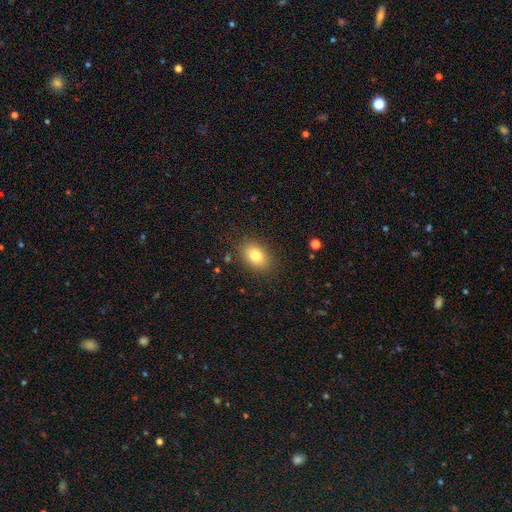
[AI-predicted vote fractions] Q: Smooth or featured?
A: smooth (80%); runner-up: featured or disk (11%)
Q: How rounded?
A: in between (81%); runner-up: round (18%)
Q: Merging?
A: none (86%); runner-up: minor disturbance (10%)